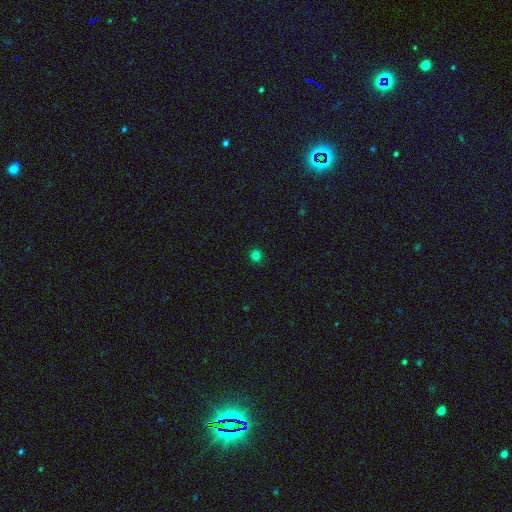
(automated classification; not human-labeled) smooth_or_featured: smooth (p=0.81) [alt: star or artifact p=0.16]
how_rounded: round (p=0.91) [alt: in between p=0.08]
merging: none (p=0.91) [alt: minor disturbance p=0.06]